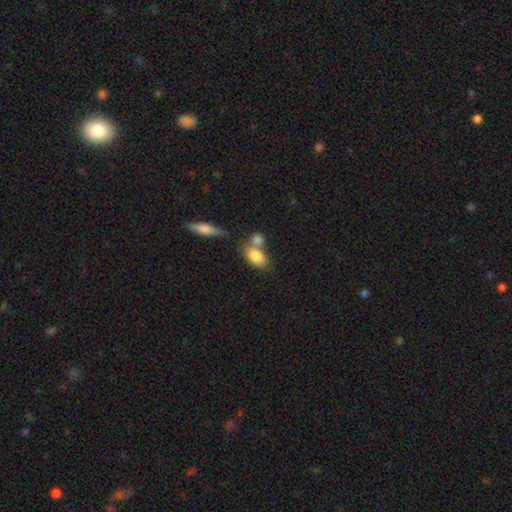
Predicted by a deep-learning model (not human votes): This is clearly a smooth galaxy (82%). How rounded: clearly in between (84%). Merging: marginally none (43%).